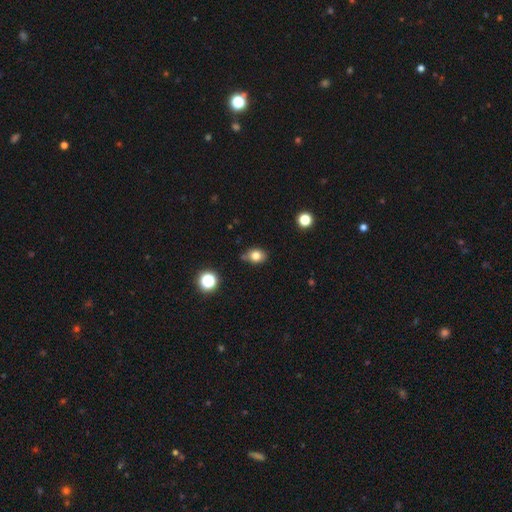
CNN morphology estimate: Smooth or featured? smooth (79%)
How rounded? in between (55%)
Merging? none (73%)